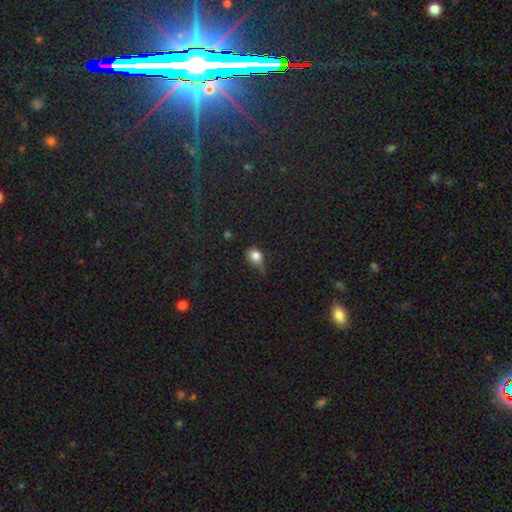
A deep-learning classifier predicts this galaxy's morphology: Smooth or featured? Predicted: smooth (p=0.79). How rounded? Predicted: round (p=0.60). Merging? Predicted: minor disturbance (p=0.43).